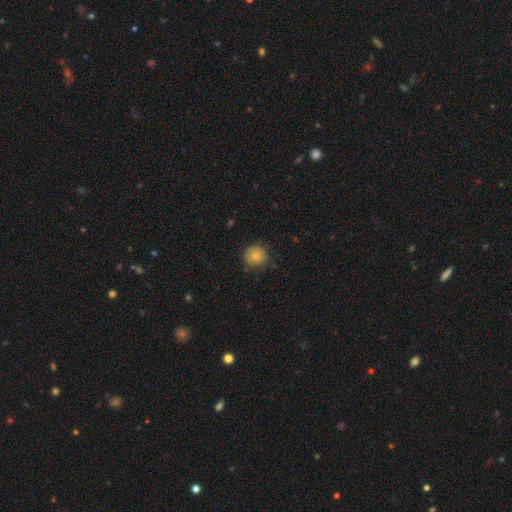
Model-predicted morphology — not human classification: Q: Smooth or featured?
A: smooth (78%); runner-up: featured or disk (14%)
Q: How rounded?
A: round (92%); runner-up: in between (7%)
Q: Merging?
A: none (82%); runner-up: minor disturbance (14%)